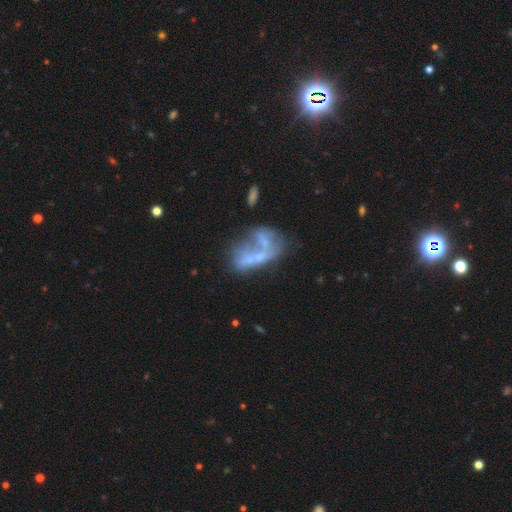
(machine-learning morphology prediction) smooth-or-featured: featured or disk: 55% | smooth: 31% | star or artifact: 14%
  disk-edge-on: no: 95% | yes: 5%
    bar: no: 86% | weak: 10% | strong: 4%
    has-spiral-arms: no: 87% | yes: 13%
    bulge-size: none: 51% | small: 32% | moderate: 14% | large: 2% | dominant: 2%
  merging: merger: 56% | none: 18% | major disturbance: 16% | minor disturbance: 10%